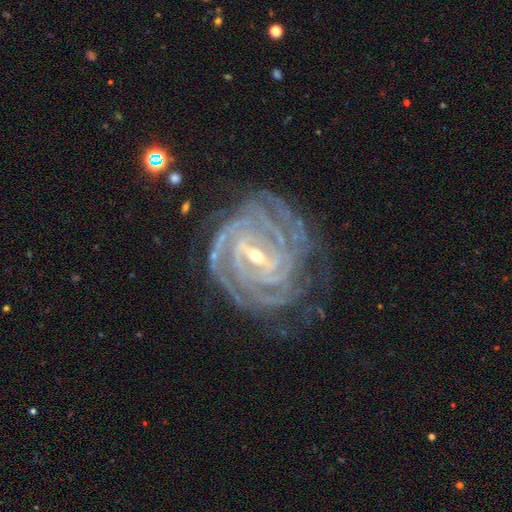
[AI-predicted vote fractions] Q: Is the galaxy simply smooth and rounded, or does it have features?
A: featured or disk — 92%.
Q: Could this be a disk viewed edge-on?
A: no — 97%.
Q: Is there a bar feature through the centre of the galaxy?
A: strong — 52%.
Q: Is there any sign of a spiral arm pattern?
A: yes — 99%.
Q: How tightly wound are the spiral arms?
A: tight — 85%.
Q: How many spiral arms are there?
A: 4 — 32%.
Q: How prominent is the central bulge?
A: small — 60%.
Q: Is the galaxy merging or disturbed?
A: none — 75%.